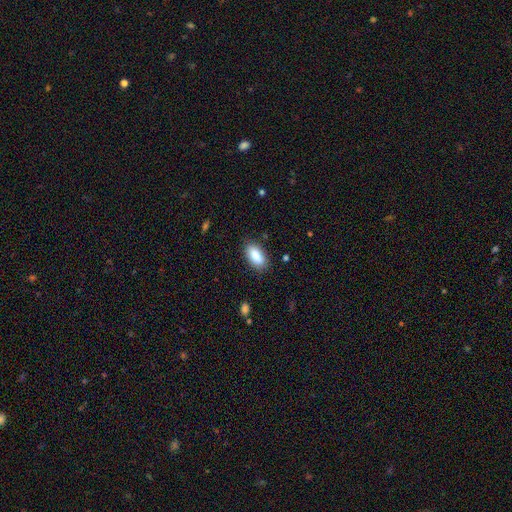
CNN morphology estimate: Overall: smooth (87%). How rounded: in between (91%). Merging: none (85%).